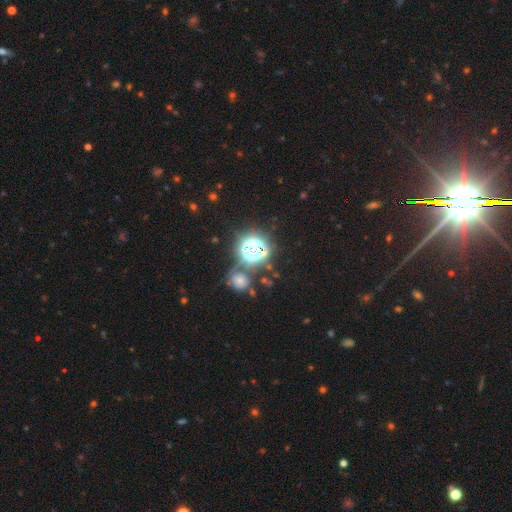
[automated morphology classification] star or artifact 72%, smooth 20%, featured or disk 8%.